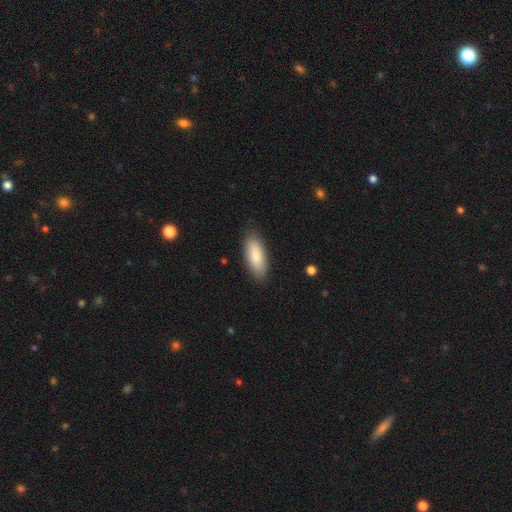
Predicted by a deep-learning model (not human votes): smooth-or-featured: smooth: 84% | featured or disk: 11% | star or artifact: 6%
  how-rounded: in between: 79% | cigar-shaped: 19% | round: 2%
  merging: none: 84% | minor disturbance: 12% | major disturbance: 3% | merger: 1%